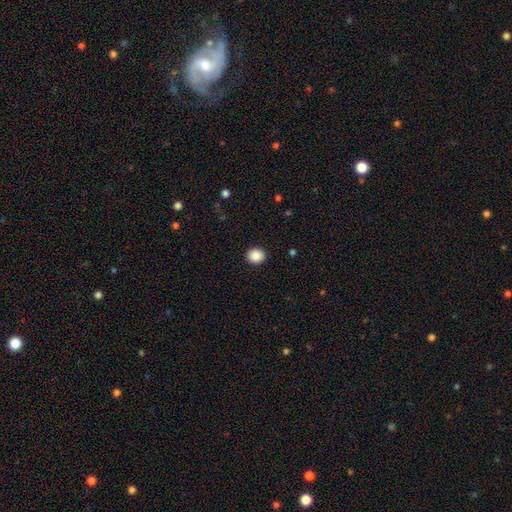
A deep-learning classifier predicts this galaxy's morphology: A smooth galaxy with no disk features (89%) that is round (69%).

Vote fractions:
- Smooth or featured? smooth: 89% / star or artifact: 8% / featured or disk: 3%
- How rounded? round: 69% / in between: 30% / cigar-shaped: 1%
- Merging? none: 91% / minor disturbance: 6% / major disturbance: 2% / merger: 1%